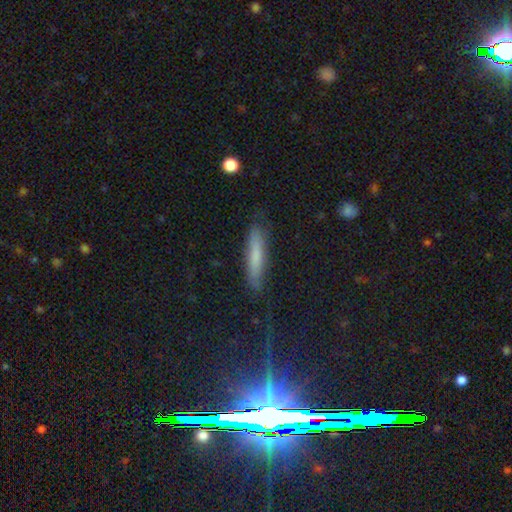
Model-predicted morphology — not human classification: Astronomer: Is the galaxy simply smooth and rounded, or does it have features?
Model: smooth — 68%.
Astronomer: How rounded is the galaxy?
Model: cigar-shaped — 89%.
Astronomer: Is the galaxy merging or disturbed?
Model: none — 82%.